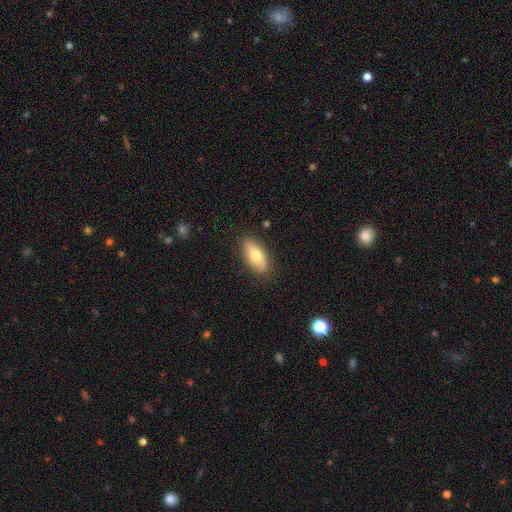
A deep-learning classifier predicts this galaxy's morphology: Smooth or featured? smooth (74%)
How rounded? in between (85%)
Merging? none (87%)